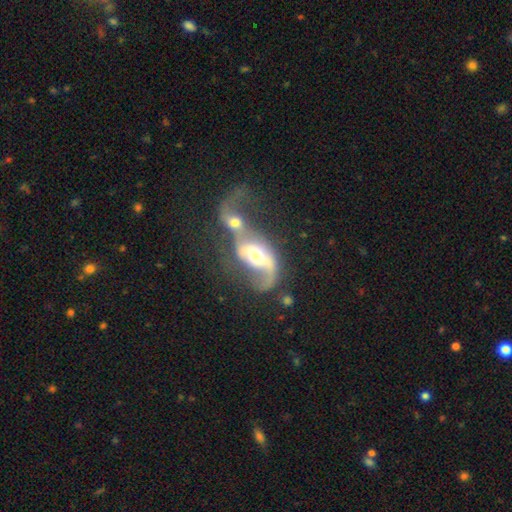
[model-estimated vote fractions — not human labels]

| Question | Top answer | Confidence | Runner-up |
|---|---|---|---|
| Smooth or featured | featured or disk | 67% | smooth (26%) |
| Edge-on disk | no | 94% | yes (6%) |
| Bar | no | 51% | weak (31%) |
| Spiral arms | yes | 76% | no (24%) |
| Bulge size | moderate | 65% | large (18%) |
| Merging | merger | 79% | major disturbance (11%) |